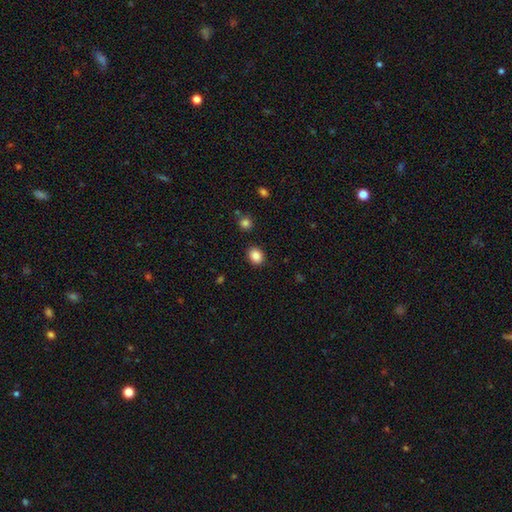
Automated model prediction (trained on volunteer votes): The model was most divided on "how rounded": round: 54%, in between: 45%, cigar-shaped: 1%. More confident: merging — none (88%); smooth or featured — smooth (86%).